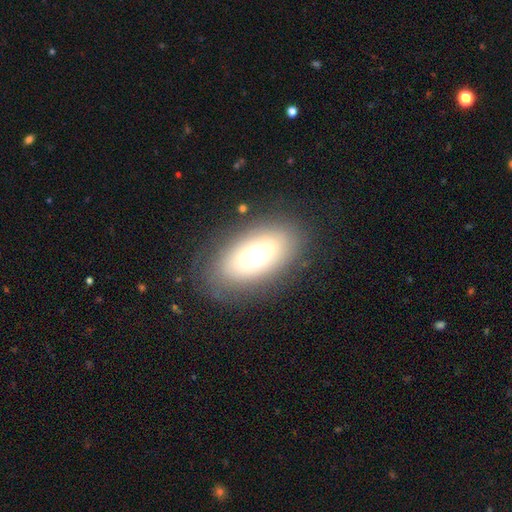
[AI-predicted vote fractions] smooth 56%, featured or disk 33%, star or artifact 11%. Down the decision tree: how rounded — in between (89%); merging — none (77%).